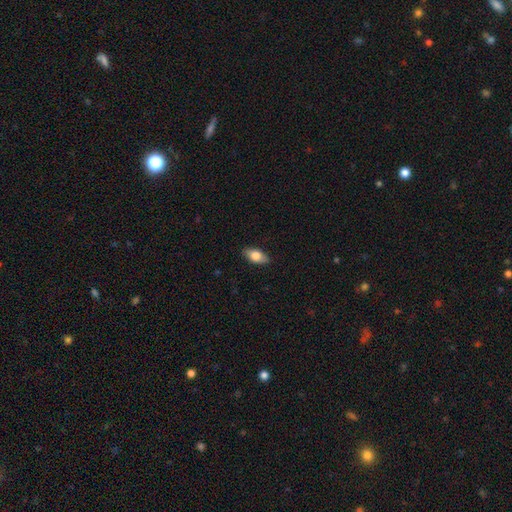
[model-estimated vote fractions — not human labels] smooth 76%, featured or disk 18%, star or artifact 7%. Down the decision tree: how rounded — in between (88%); merging — none (87%).